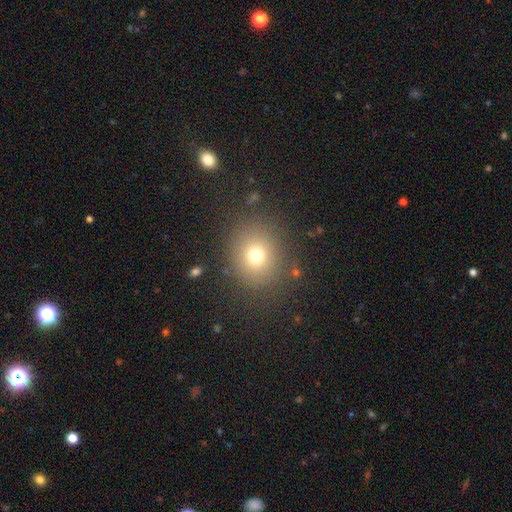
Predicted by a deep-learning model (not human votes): smooth 72%, star or artifact 17%, featured or disk 11%. Down the decision tree: how rounded — round (74%); merging — none (84%).